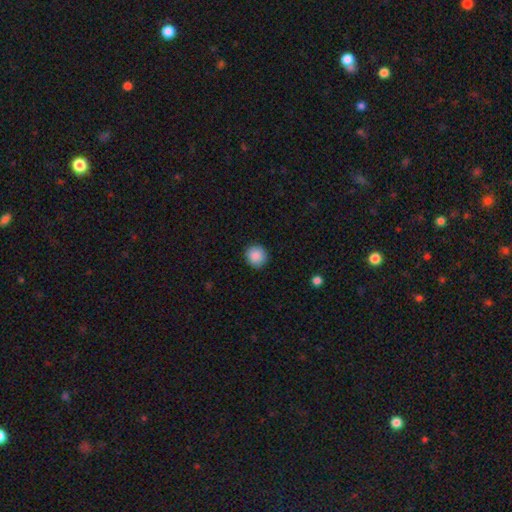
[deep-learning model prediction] Smooth or featured: smooth — 89% (star or artifact — 8%)
How rounded: round — 93% (in between — 6%)
Merging: none — 91% (minor disturbance — 6%)